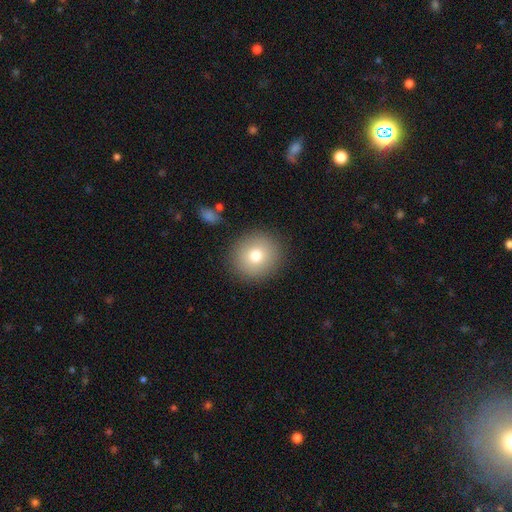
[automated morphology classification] smooth 76%, featured or disk 13%, star or artifact 11%. Down the decision tree: how rounded — round (90%); merging — none (89%).